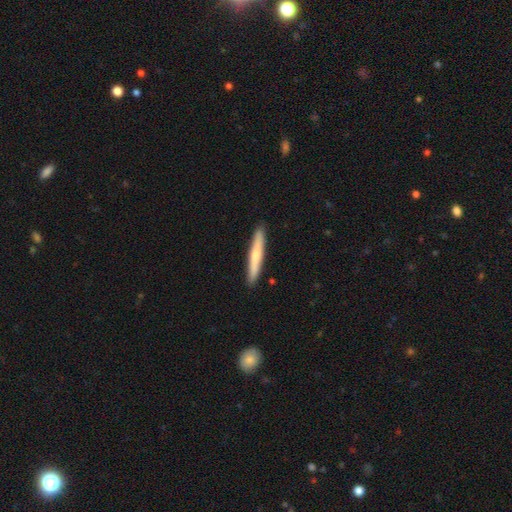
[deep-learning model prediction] This appears to be a smooth galaxy with no disk features (61%) that is cigar-shaped (95%). Merging: none (91%).